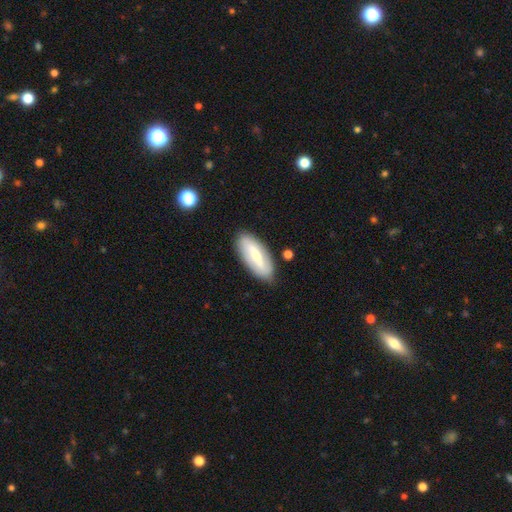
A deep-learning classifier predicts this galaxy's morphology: type=smooth (48%); merging=none (85%).